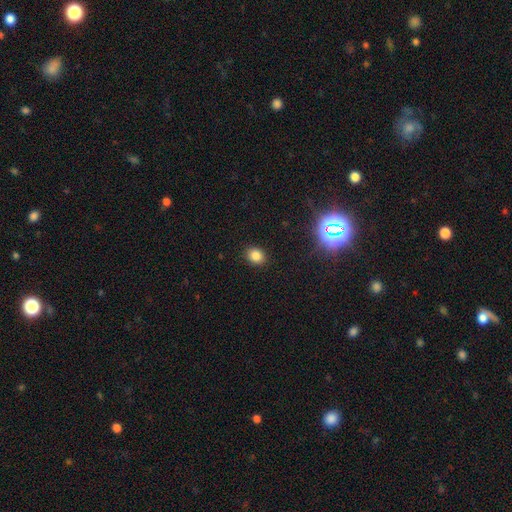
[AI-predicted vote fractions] The model was most divided on "how rounded": round: 53%, in between: 46%, cigar-shaped: 1%. More confident: merging — none (90%); smooth or featured — smooth (81%).